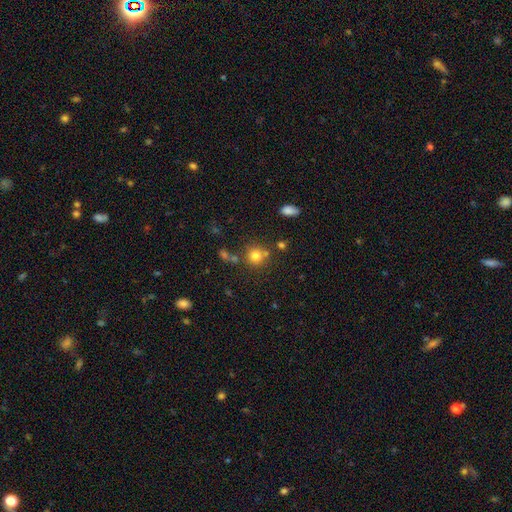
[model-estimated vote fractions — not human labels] smooth 77%, star or artifact 14%, featured or disk 9%. Down the decision tree: how rounded — round (90%); merging — none (69%).